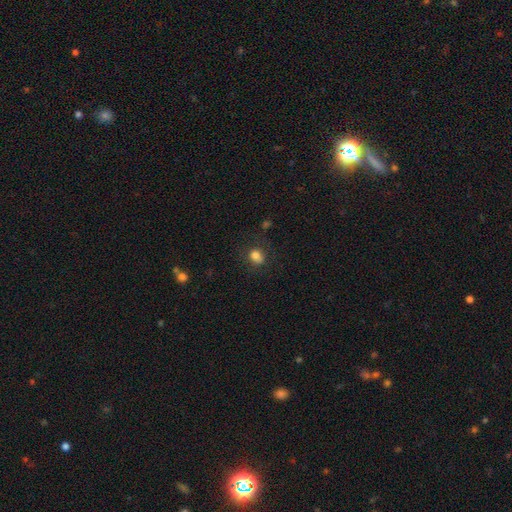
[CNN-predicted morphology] Smooth or featured? Predicted: smooth (p=0.79). How rounded? Predicted: round (p=0.56). Merging? Predicted: none (p=0.71).